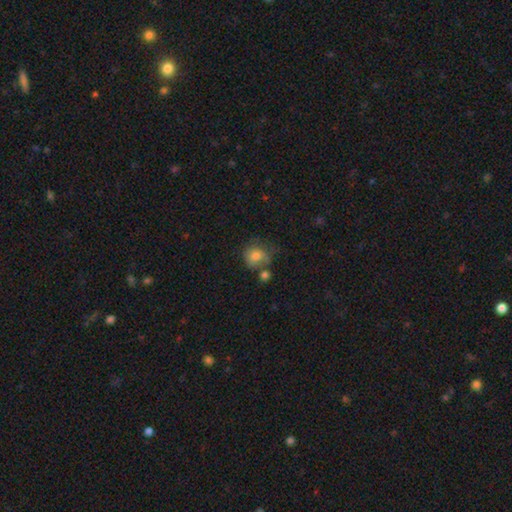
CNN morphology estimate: The model was most divided on "merging": none: 48%, minor disturbance: 24%, merger: 17%, major disturbance: 12%. More confident: smooth or featured — smooth (78%); how rounded — round (71%).